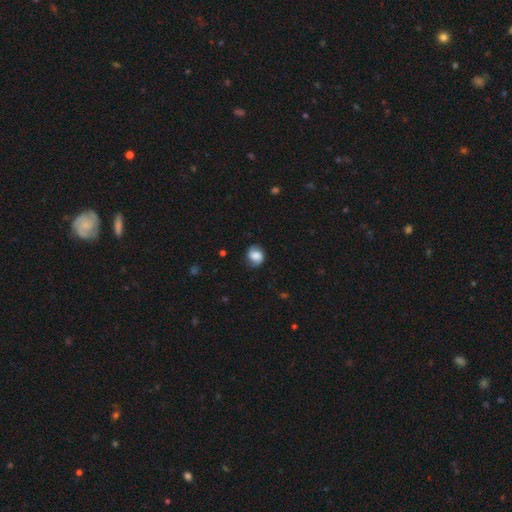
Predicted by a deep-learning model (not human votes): Smooth or featured?
  - smooth: 57% *
  - featured or disk: 33%
  - star or artifact: 9%
How rounded?
  - round: 63% *
  - in between: 36%
  - cigar-shaped: 1%
Merging?
  - none: 73% *
  - minor disturbance: 19%
  - major disturbance: 6%
  - merger: 1%